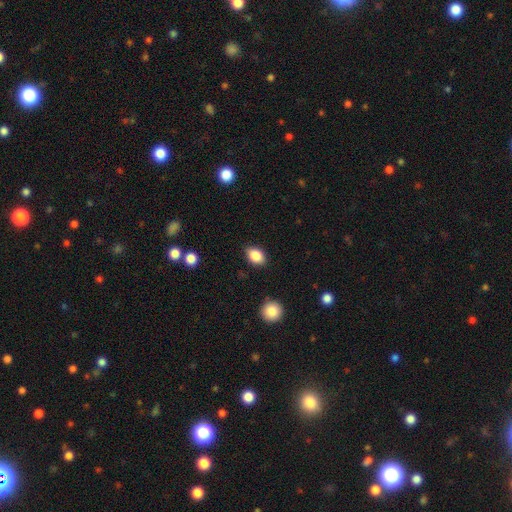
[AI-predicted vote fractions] Smooth or featured?
  - smooth: 87% *
  - star or artifact: 8%
  - featured or disk: 5%
How rounded?
  - in between: 80% *
  - round: 19%
  - cigar-shaped: 1%
Merging?
  - none: 85% *
  - minor disturbance: 11%
  - major disturbance: 2%
  - merger: 1%